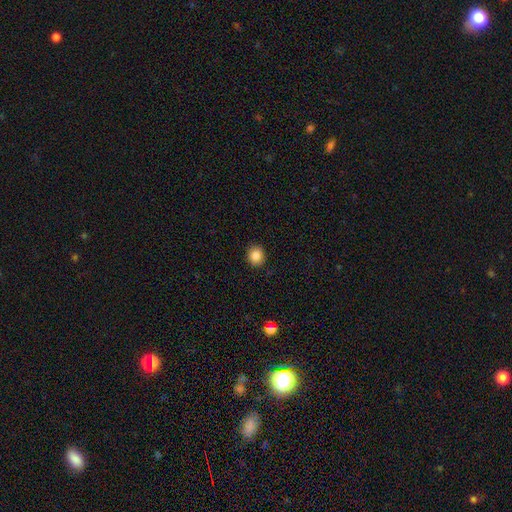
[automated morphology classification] smooth-or-featured: smooth: 86% | star or artifact: 10% | featured or disk: 4%
  how-rounded: round: 78% | in between: 21% | cigar-shaped: 1%
  merging: none: 91% | minor disturbance: 7% | major disturbance: 2% | merger: 1%